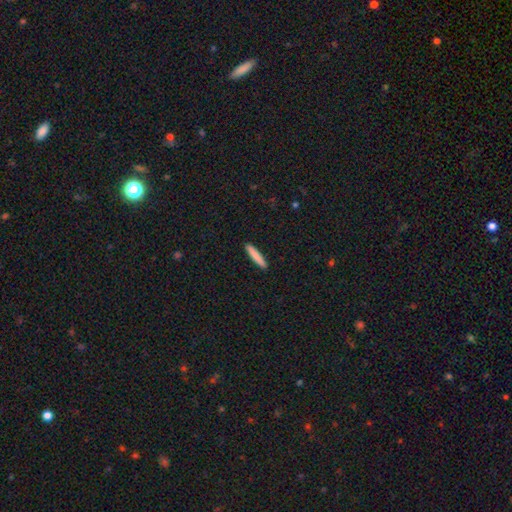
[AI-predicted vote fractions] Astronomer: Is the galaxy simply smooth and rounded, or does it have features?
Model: smooth — 84%.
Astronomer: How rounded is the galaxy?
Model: cigar-shaped — 93%.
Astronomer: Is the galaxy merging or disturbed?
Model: none — 93%.